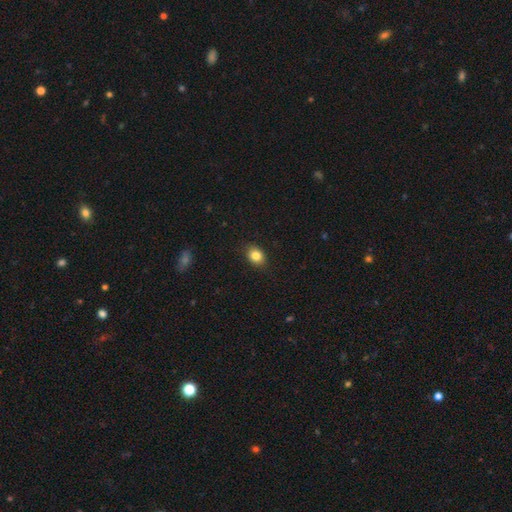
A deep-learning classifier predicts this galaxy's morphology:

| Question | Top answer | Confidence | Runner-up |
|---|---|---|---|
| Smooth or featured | smooth | 84% | star or artifact (10%) |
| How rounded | in between | 58% | round (40%) |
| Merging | none | 87% | minor disturbance (10%) |